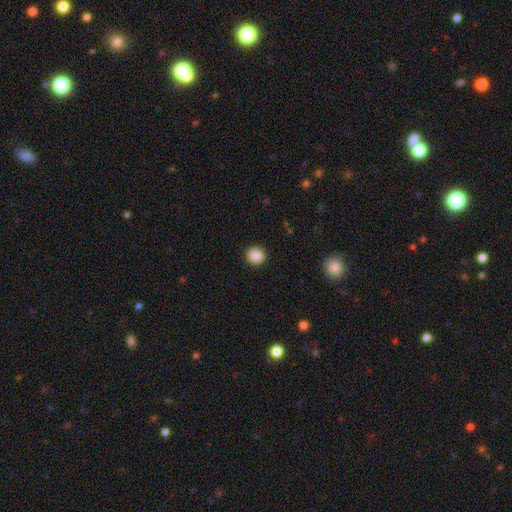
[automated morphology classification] smooth_or_featured: smooth (p=0.88) [alt: star or artifact p=0.09]
how_rounded: round (p=0.86) [alt: in between p=0.13]
merging: none (p=0.89) [alt: minor disturbance p=0.08]